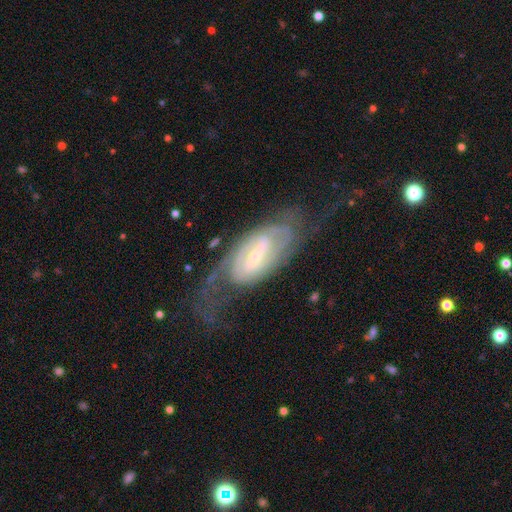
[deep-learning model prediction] Smooth or featured? featured or disk (85%)
Edge-on disk? no (93%)
Bar? weak (42%, tied with strong)
Spiral arms? yes (93%)
Spiral winding? tight (42%)
Spiral arm count? 2 (68%)
Bulge size? small (70%)
Merging? none (59%)